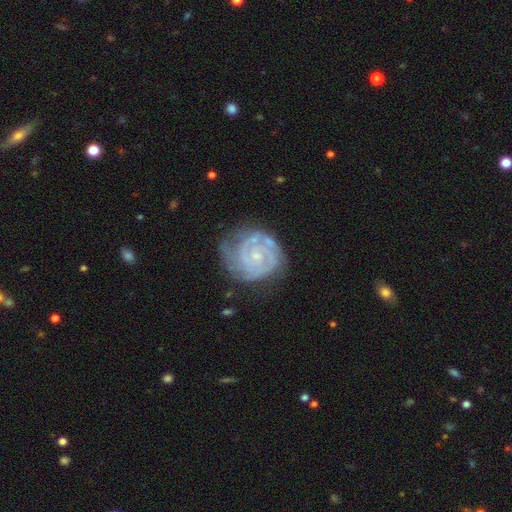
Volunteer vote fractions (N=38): Volunteers were most divided on "bar": no: 45%, weak: 42%, strong: 13%. More confident: spiral arms — yes (100%); edge-on disk — no (97%); spiral winding — tight (94%); smooth or featured — featured or disk (84%); spiral arm count — 2 (68%); bulge size — small (65%); merging — none (57%).